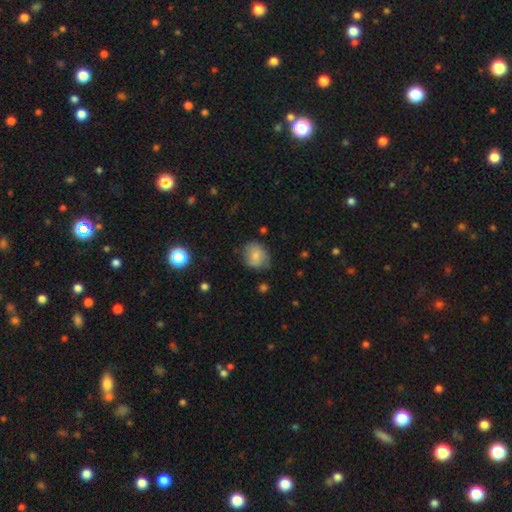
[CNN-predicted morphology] Smooth or featured? Predicted: smooth (p=0.74). How rounded? Predicted: round (p=0.58). Merging? Predicted: none (p=0.63).